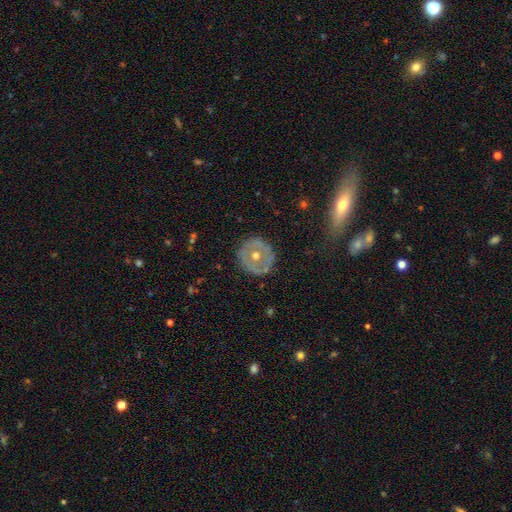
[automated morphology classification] Smooth or featured: featured or disk — 57% (smooth — 35%)
Edge-on disk: no — 92% (yes — 8%)
Bar: no — 87% (weak — 9%)
Spiral arms: no — 85% (yes — 15%)
Bulge size: moderate — 65% (small — 31%)
Merging: none — 81% (minor disturbance — 13%)